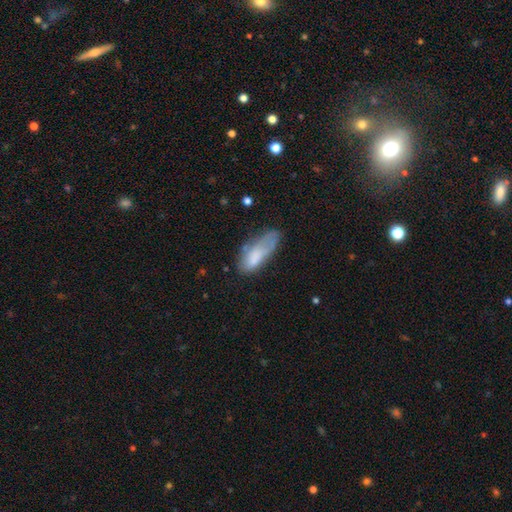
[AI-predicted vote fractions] Q: Smooth or featured?
A: smooth (70%); runner-up: featured or disk (22%)
Q: How rounded?
A: in between (76%); runner-up: cigar-shaped (22%)
Q: Merging?
A: minor disturbance (34%); tied with: none (34%)